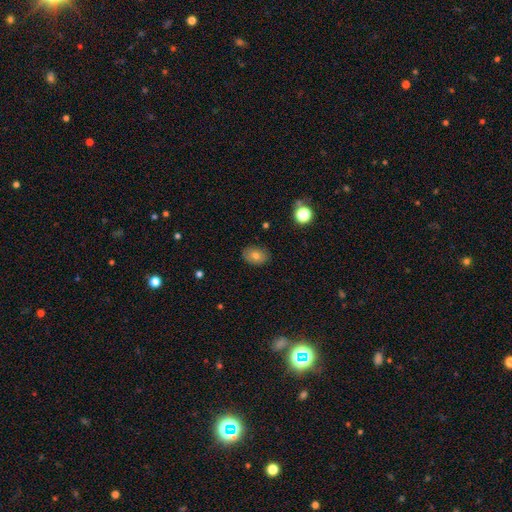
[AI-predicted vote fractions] Smooth or featured? Predicted: smooth (p=0.76). How rounded? Predicted: in between (p=0.80). Merging? Predicted: none (p=0.86).